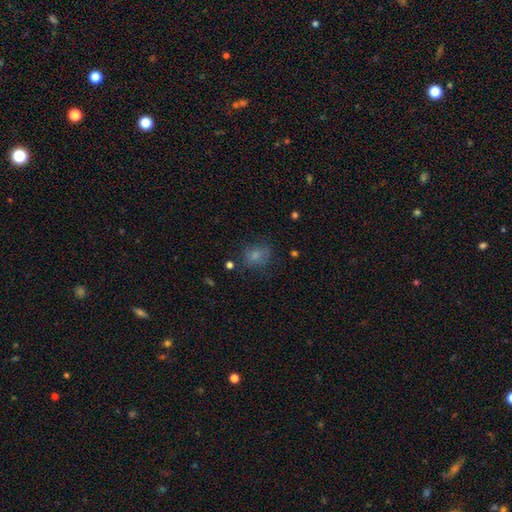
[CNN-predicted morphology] Smooth or featured? Predicted: smooth (p=0.76). How rounded? Predicted: in between (p=0.51). Merging? Predicted: none (p=0.67).